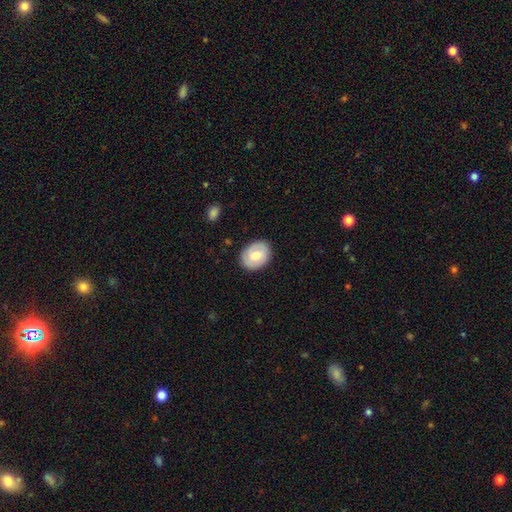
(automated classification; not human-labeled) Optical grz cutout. It shows a smooth galaxy with no disk features (56%) that is in between round and cigar-shaped (57%). Merging: none (84%).